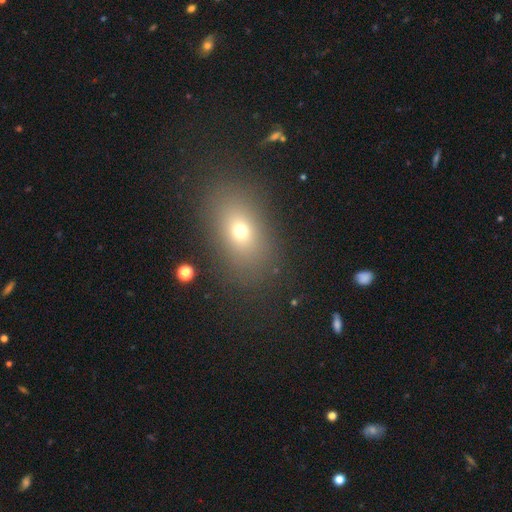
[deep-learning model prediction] A smooth galaxy with no disk features (64%) that is in between round and cigar-shaped (76%). Merging: none (85%).